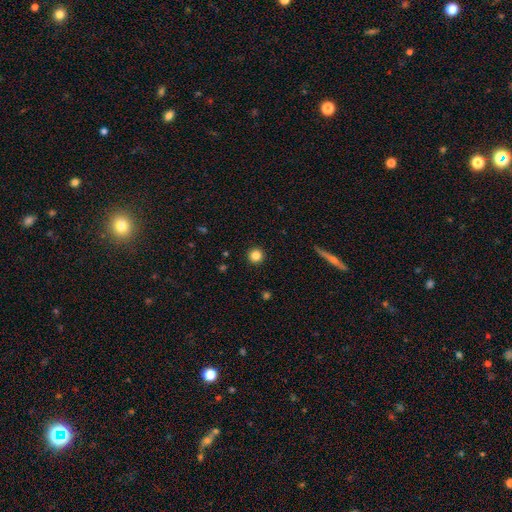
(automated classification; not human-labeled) smooth-or-featured: smooth: 84% | star or artifact: 11% | featured or disk: 5%
  how-rounded: round: 96% | in between: 3% | cigar-shaped: 1%
  merging: none: 93% | minor disturbance: 4% | major disturbance: 2% | merger: 1%